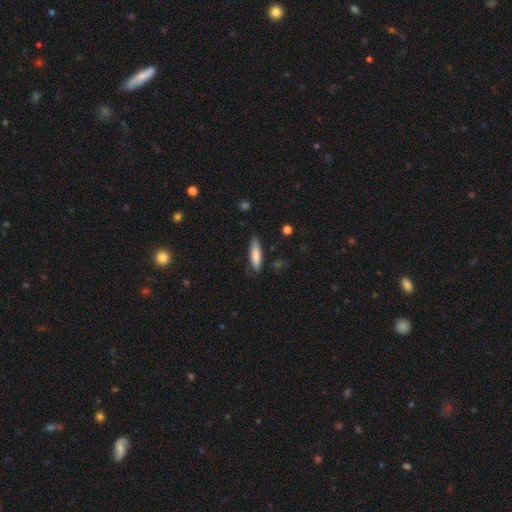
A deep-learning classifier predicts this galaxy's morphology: Overall: smooth (78%). How rounded: cigar-shaped (66%; in between 33%). Merging: none (72%).